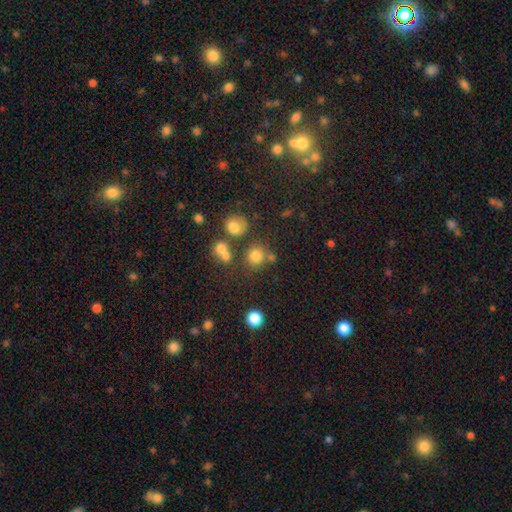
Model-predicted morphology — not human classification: This appears to be a smooth galaxy with no disk features (77%) that is round (84%). Merging: none (66%).